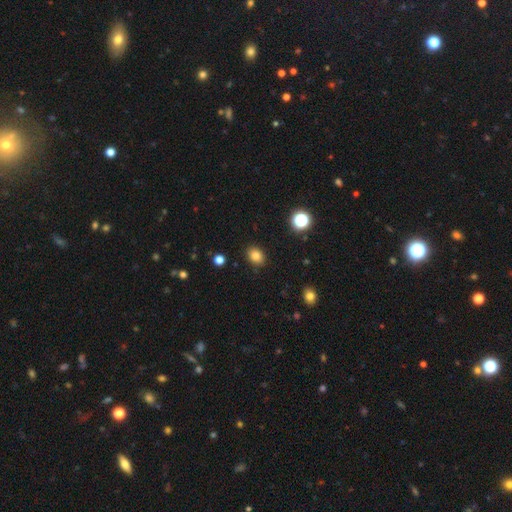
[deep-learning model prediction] Smooth or featured? smooth (82%)
How rounded? in between (59%)
Merging? none (88%)